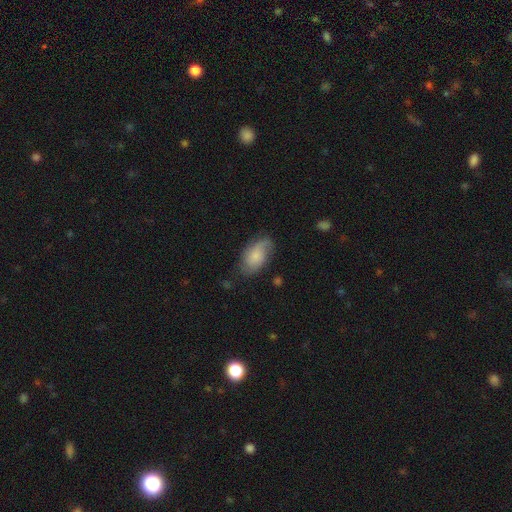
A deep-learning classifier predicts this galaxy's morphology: smooth-or-featured: smooth: 58% | featured or disk: 35% | star or artifact: 7%
  how-rounded: in between: 92% | round: 5% | cigar-shaped: 3%
  merging: none: 65% | minor disturbance: 25% | major disturbance: 9% | merger: 2%